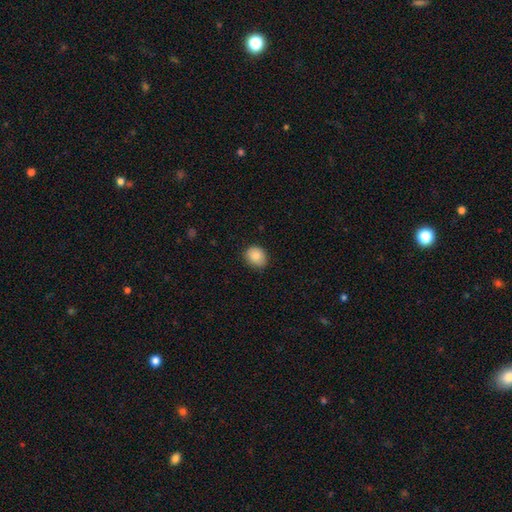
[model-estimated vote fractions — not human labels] Smooth or featured? Predicted: smooth (p=0.85). How rounded? Predicted: round (p=0.62). Merging? Predicted: none (p=0.82).